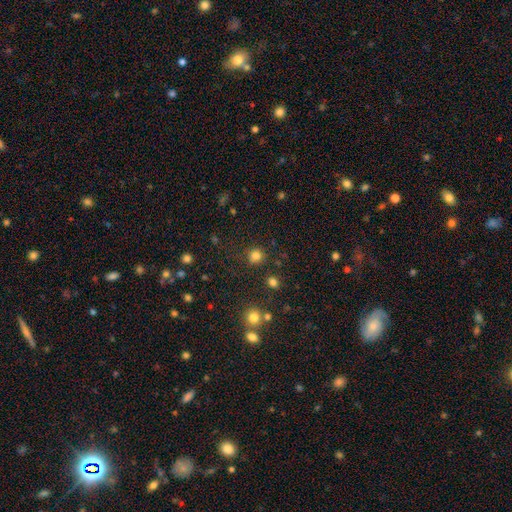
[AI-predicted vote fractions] The model was most divided on "smooth or featured": smooth: 81%, star or artifact: 15%, featured or disk: 4%. More confident: how rounded — round (90%); merging — none (84%).